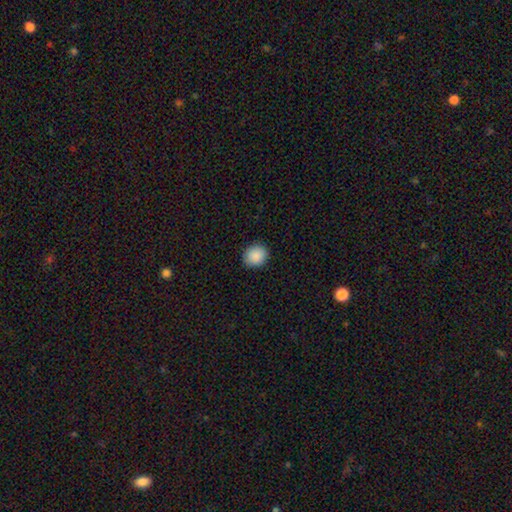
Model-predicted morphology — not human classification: Overall: smooth (89%). How rounded: round (72%). Merging: none (89%).